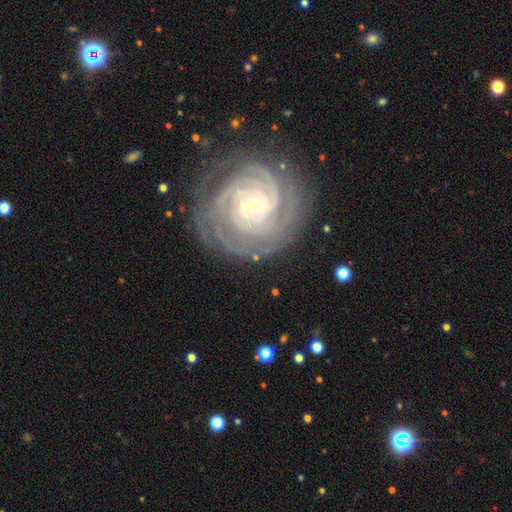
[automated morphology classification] Smooth or featured? Predicted: featured or disk (p=0.89). Edge-on disk? Predicted: no (p=0.97). Bar? Predicted: weak (p=0.42). Spiral arms? Predicted: yes (p=0.98). Spiral winding? Predicted: tight (p=0.84). Spiral arm count? Predicted: 4 (p=0.29). Bulge size? Predicted: small (p=0.68). Merging? Predicted: none (p=0.78).